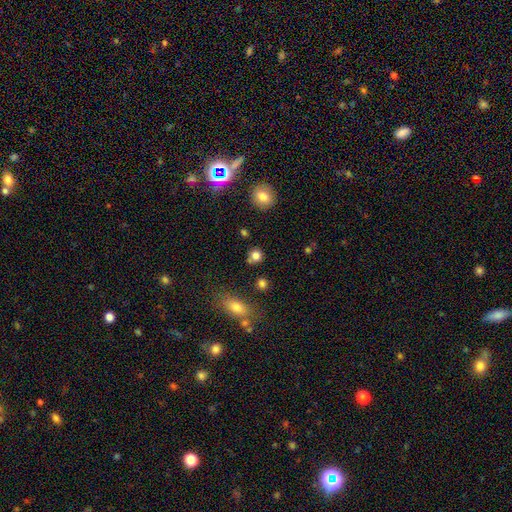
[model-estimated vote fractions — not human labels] The model was most divided on "merging": none: 73%, minor disturbance: 13%, merger: 10%, major disturbance: 4%. More confident: how rounded — round (84%); smooth or featured — smooth (81%).